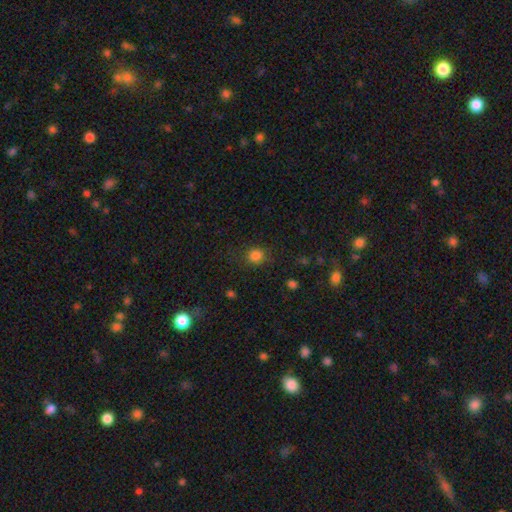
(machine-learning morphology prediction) A smooth galaxy with no disk features (83%) that is round (87%). Merging: none (83%).